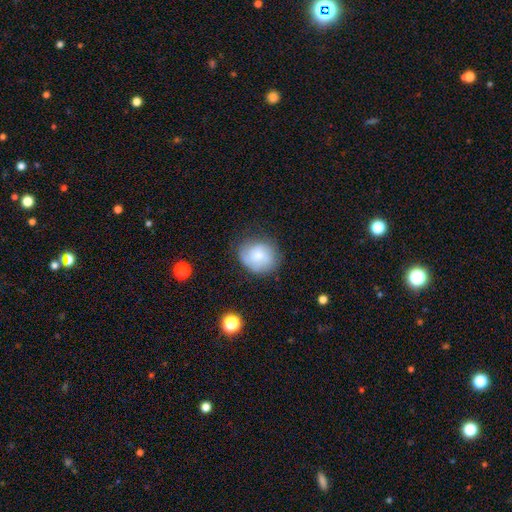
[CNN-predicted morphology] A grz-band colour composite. It shows a smooth galaxy with no disk features (58%) that is round (66%). Merging: none (67%).